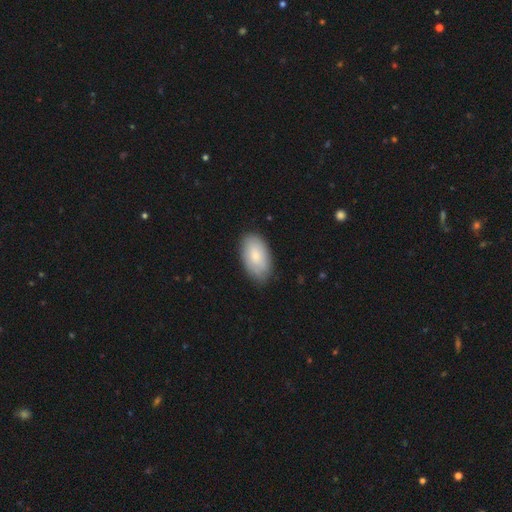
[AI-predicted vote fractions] Smooth or featured: smooth — 80% (featured or disk — 14%)
How rounded: in between — 95% (round — 4%)
Merging: none — 82% (minor disturbance — 14%)